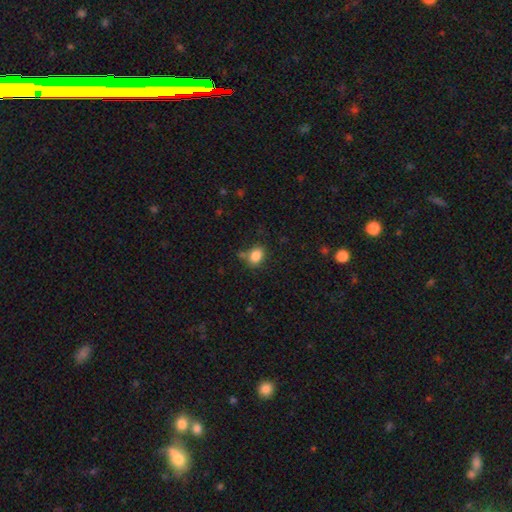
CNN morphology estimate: smooth-or-featured: smooth: 84% | star or artifact: 10% | featured or disk: 6%
  how-rounded: in between: 65% | round: 34% | cigar-shaped: 1%
  merging: none: 67% | minor disturbance: 18% | merger: 9% | major disturbance: 5%